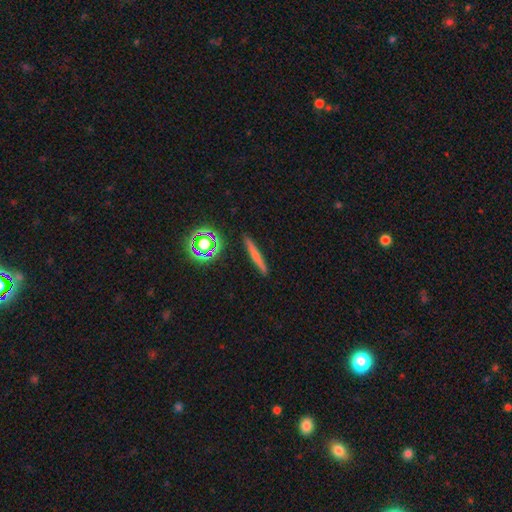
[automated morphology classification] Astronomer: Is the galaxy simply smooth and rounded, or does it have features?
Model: smooth — 51% (runner-up: featured or disk, 36%).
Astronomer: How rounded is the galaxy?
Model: cigar-shaped — 90%.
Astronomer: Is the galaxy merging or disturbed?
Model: none — 89%.